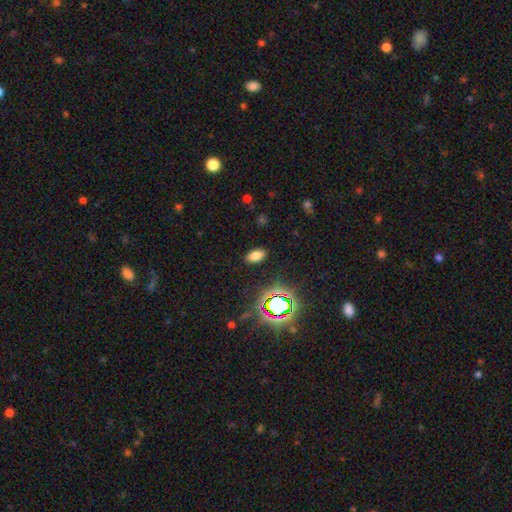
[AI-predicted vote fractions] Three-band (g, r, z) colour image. It shows a smooth galaxy with no disk features (73%) that is in between round and cigar-shaped (92%). Merging: none (88%).